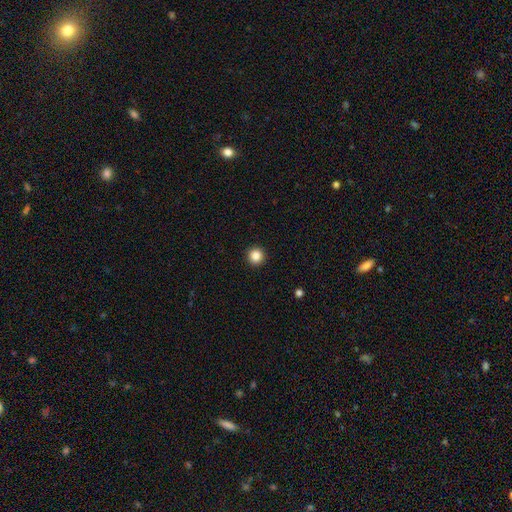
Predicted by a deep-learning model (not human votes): smooth 85%, star or artifact 11%, featured or disk 4%. Down the decision tree: how rounded — round (96%); merging — none (94%).